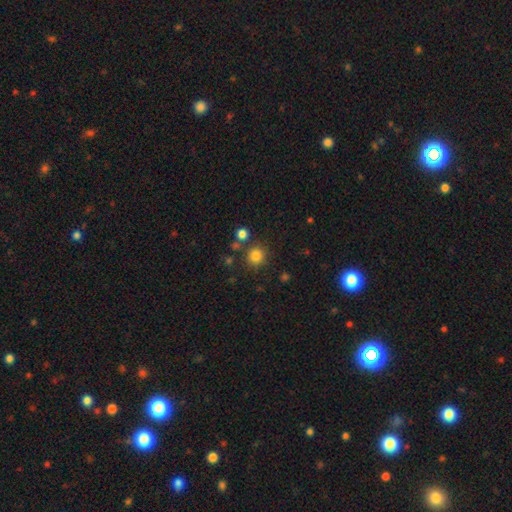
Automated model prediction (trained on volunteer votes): smooth 82%, star or artifact 13%, featured or disk 5%. Down the decision tree: how rounded — round (90%); merging — none (80%).